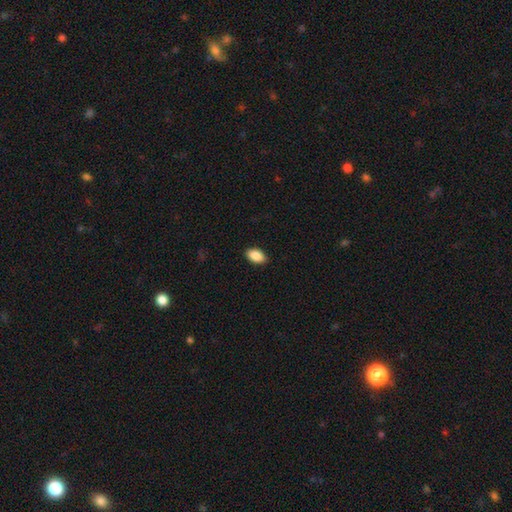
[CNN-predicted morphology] Smooth or featured? smooth (89%)
How rounded? in between (92%)
Merging? none (90%)